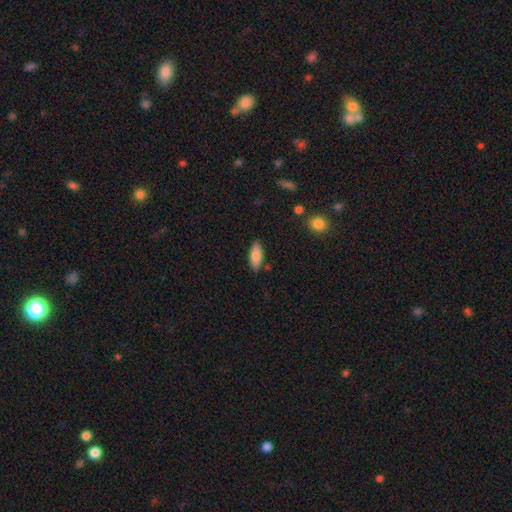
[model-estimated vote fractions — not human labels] Smooth or featured? smooth (83%)
How rounded? in between (76%)
Merging? none (84%)